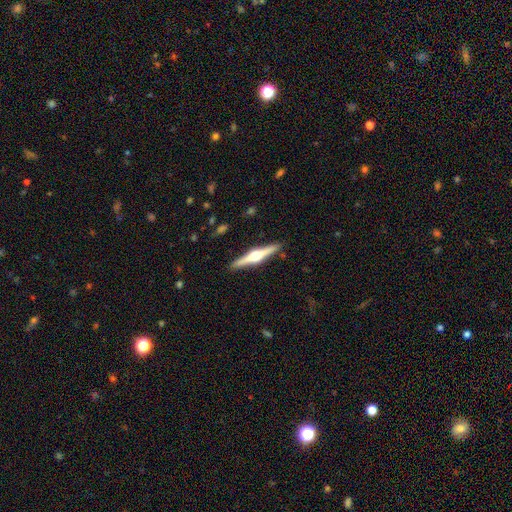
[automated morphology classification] featured or disk 77%, smooth 18%, star or artifact 5%. Down the decision tree: edge-on disk — yes (98%); edge-on bulge — rounded (95%); merging — none (91%).